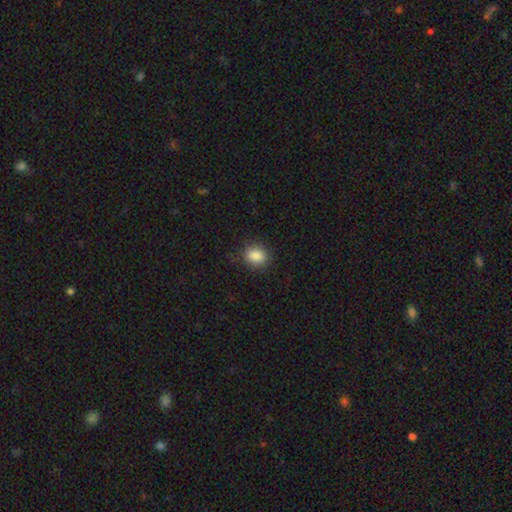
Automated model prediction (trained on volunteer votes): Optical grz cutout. It shows a smooth galaxy with no disk features (86%) that is round (51%). Merging: none (84%).